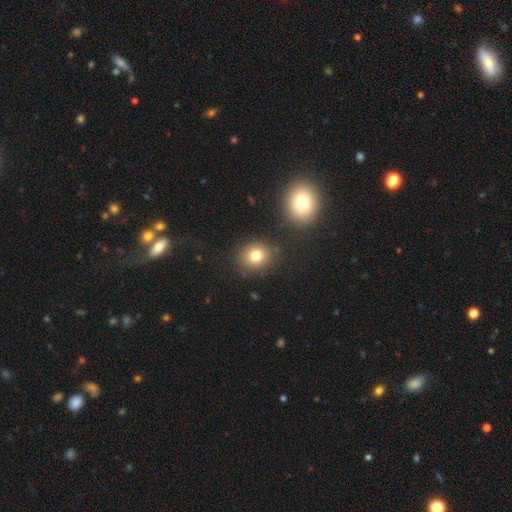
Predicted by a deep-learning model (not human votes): Smooth or featured: smooth — 77% (star or artifact — 13%)
How rounded: round — 78% (in between — 21%)
Merging: none — 82% (minor disturbance — 9%)